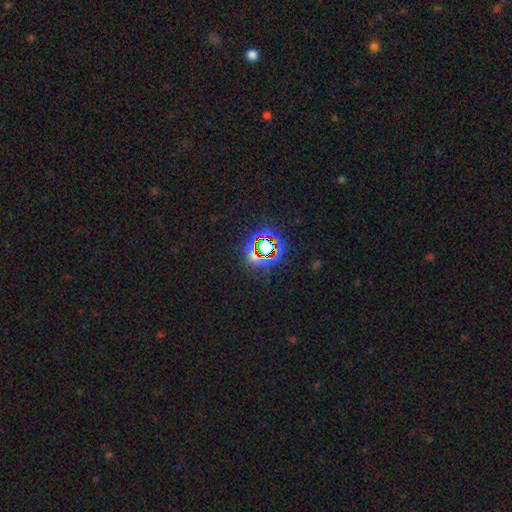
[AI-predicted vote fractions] The model was most divided on "smooth or featured": star or artifact: 72%, smooth: 19%, featured or disk: 10%.